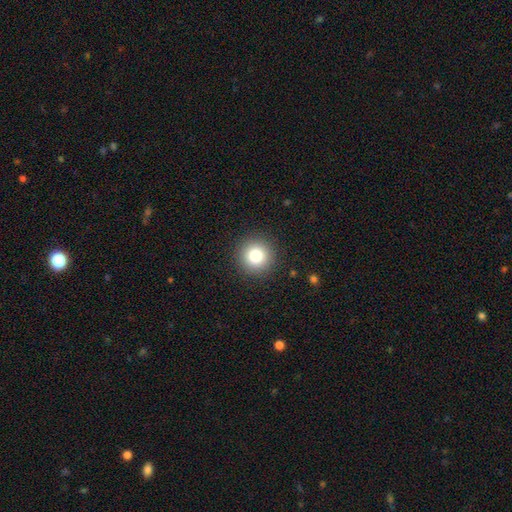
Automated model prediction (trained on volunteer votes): A smooth galaxy with no disk features (81%) that is round (95%). Merging: none (92%).